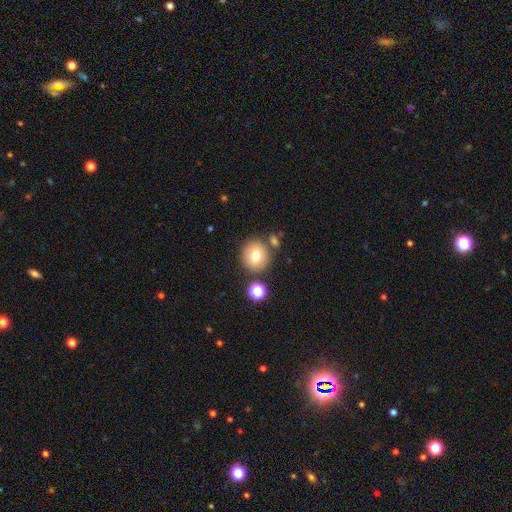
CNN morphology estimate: Smooth or featured? Predicted: smooth (p=0.74). How rounded? Predicted: round (p=0.89). Merging? Predicted: none (p=0.79).